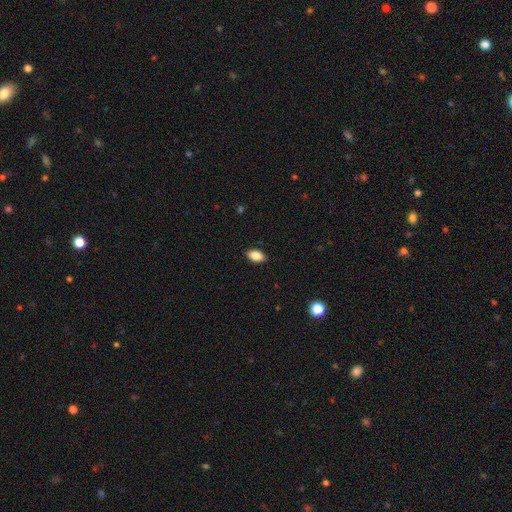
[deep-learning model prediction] Smooth or featured?
  - smooth: 86% *
  - star or artifact: 8%
  - featured or disk: 6%
How rounded?
  - in between: 91% *
  - round: 6%
  - cigar-shaped: 3%
Merging?
  - none: 89% *
  - minor disturbance: 9%
  - major disturbance: 2%
  - merger: 1%